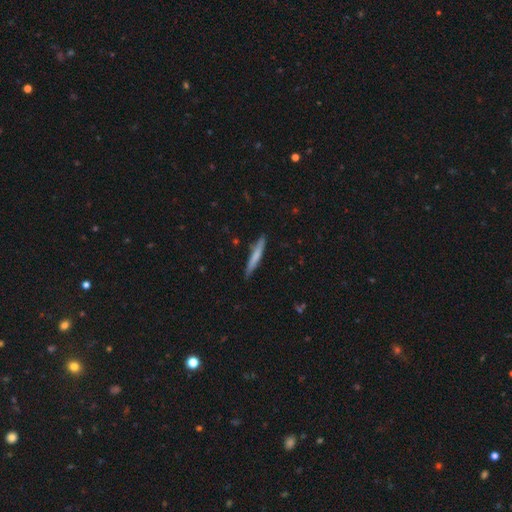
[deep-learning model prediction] Smooth or featured: smooth — 68% (featured or disk — 27%)
How rounded: cigar-shaped — 96% (in between — 3%)
Merging: none — 85% (minor disturbance — 11%)